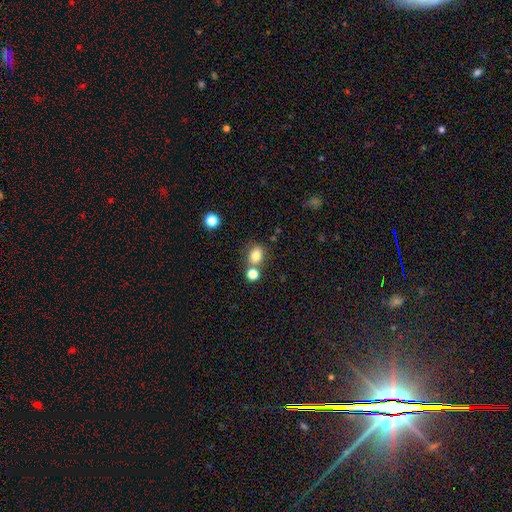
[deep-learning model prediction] This appears to be a smooth galaxy with no disk features (79%) that is round (51%). Merging: none (66%).